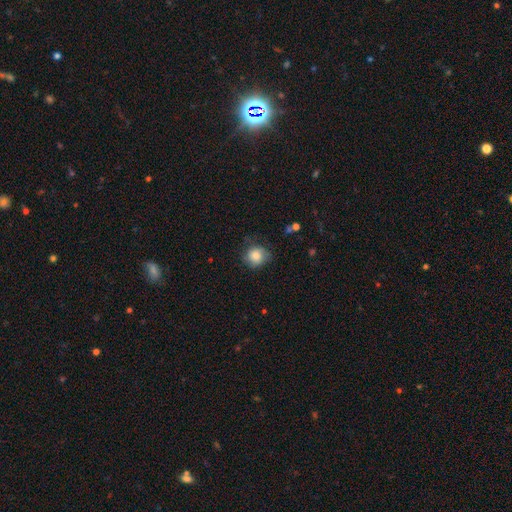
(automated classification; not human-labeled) Smooth or featured?
  - smooth: 81% *
  - featured or disk: 11%
  - star or artifact: 9%
How rounded?
  - round: 81% *
  - in between: 18%
  - cigar-shaped: 1%
Merging?
  - none: 64% *
  - minor disturbance: 26%
  - major disturbance: 8%
  - merger: 2%